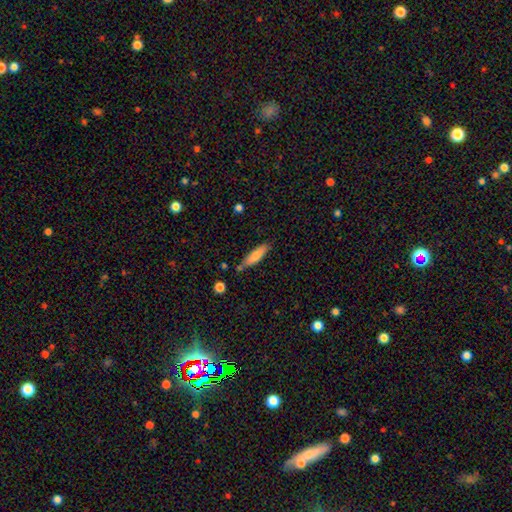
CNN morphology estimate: The model was most divided on "how rounded": cigar-shaped: 70%, in between: 29%, round: 2%. More confident: smooth or featured — smooth (77%); merging — none (75%).